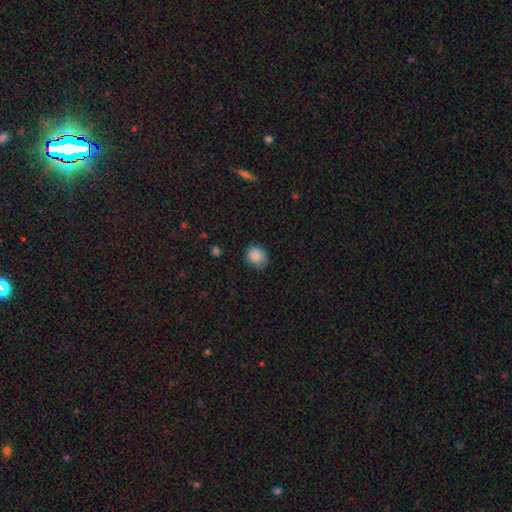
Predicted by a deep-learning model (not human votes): Morphology: type=smooth (86%); roundness=round (74%); merging=none (73%).